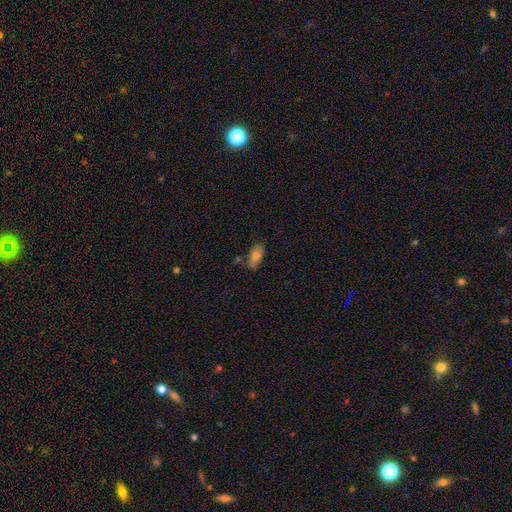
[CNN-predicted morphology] smooth_or_featured: smooth (p=0.74) [alt: featured or disk p=0.17]
how_rounded: in between (p=0.84) [alt: cigar-shaped p=0.12]
merging: none (p=0.62) [alt: minor disturbance p=0.23]